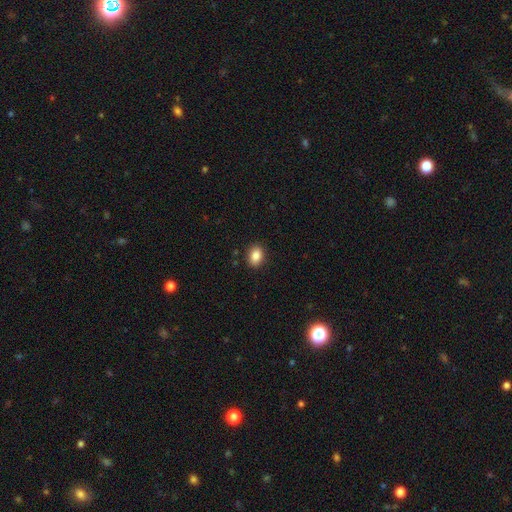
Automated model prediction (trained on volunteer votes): Smooth or featured?
  - smooth: 87% *
  - star or artifact: 9%
  - featured or disk: 5%
How rounded?
  - in between: 75% *
  - round: 24%
  - cigar-shaped: 1%
Merging?
  - none: 89% *
  - minor disturbance: 8%
  - major disturbance: 2%
  - merger: 1%